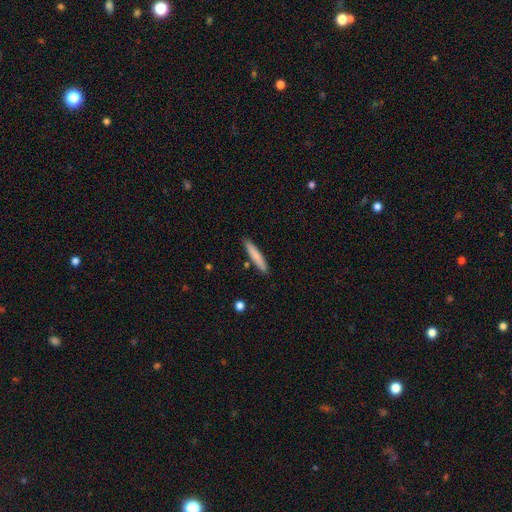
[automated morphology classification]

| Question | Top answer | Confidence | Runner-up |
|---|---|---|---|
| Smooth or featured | smooth | 78% | featured or disk (16%) |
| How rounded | cigar-shaped | 92% | in between (7%) |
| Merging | none | 88% | minor disturbance (8%) |